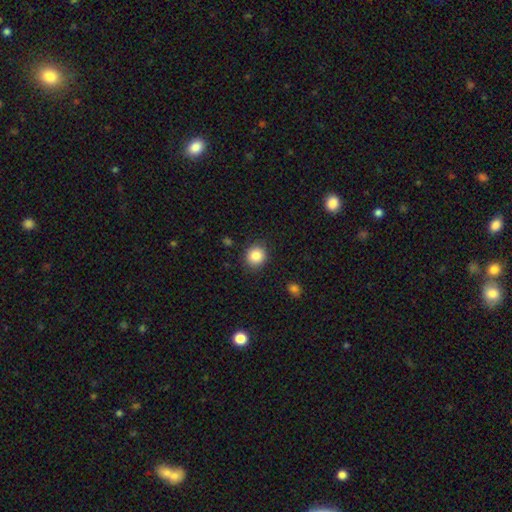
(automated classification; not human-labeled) A smooth galaxy with no disk features (86%) that is round (83%).

Vote fractions:
- Smooth or featured? smooth: 86% / star or artifact: 9% / featured or disk: 5%
- How rounded? round: 83% / in between: 16% / cigar-shaped: 1%
- Merging? none: 88% / minor disturbance: 8% / major disturbance: 3% / merger: 1%